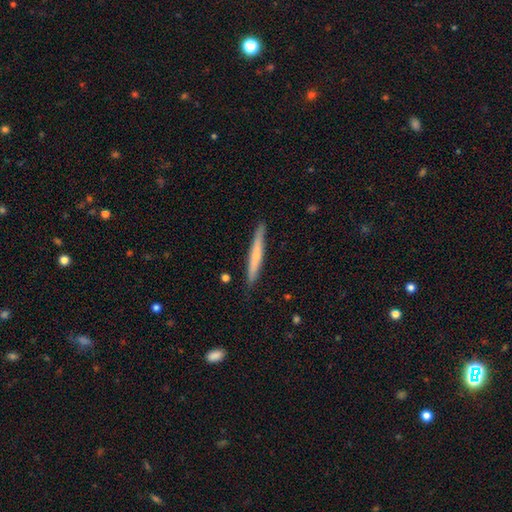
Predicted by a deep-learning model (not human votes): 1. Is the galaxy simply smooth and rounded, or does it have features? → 53% smooth, 41% featured or disk, 6% star or artifact.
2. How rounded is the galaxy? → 96% cigar-shaped, 3% in between, 1% round.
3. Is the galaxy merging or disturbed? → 89% none, 8% minor disturbance, 1% major disturbance, 1% merger.